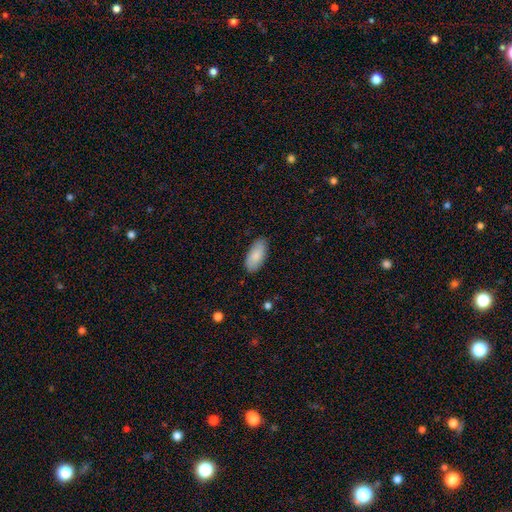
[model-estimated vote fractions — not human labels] Morphology: type=smooth (85%); roundness=in between (91%); merging=none (86%).